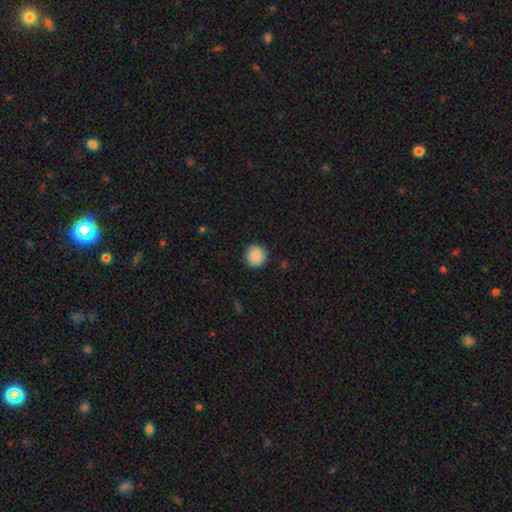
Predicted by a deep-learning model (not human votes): Smooth or featured? smooth (87%)
How rounded? round (94%)
Merging? none (90%)